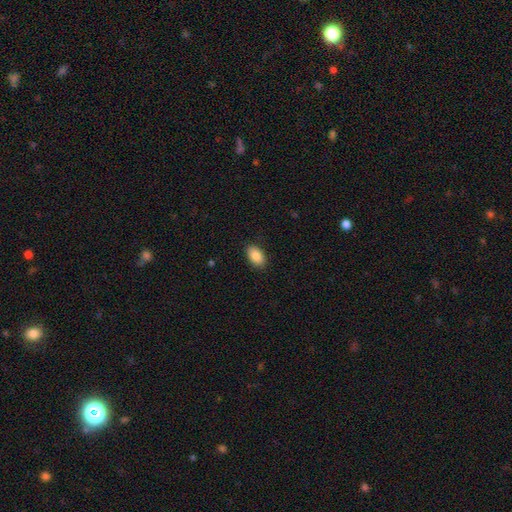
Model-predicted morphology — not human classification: Smooth or featured? Predicted: smooth (p=0.89). How rounded? Predicted: in between (p=0.92). Merging? Predicted: none (p=0.88).